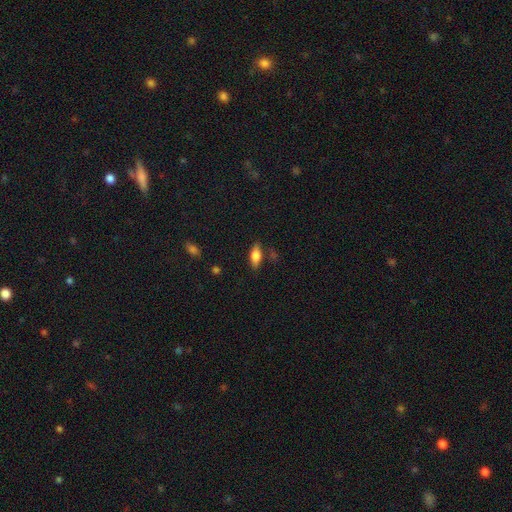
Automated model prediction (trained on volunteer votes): The model was most divided on "smooth or featured": smooth: 75%, featured or disk: 18%, star or artifact: 8%. More confident: how rounded — in between (79%); merging — none (77%).